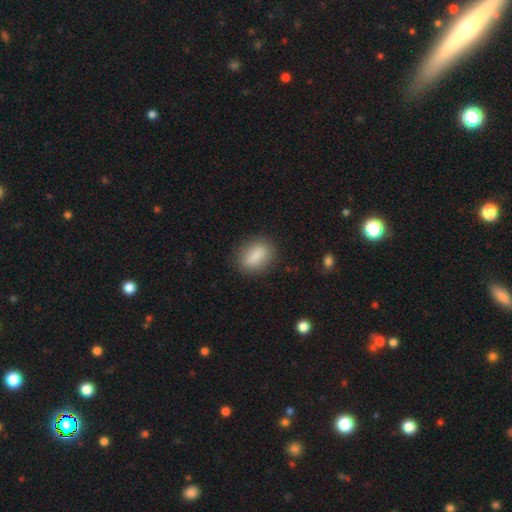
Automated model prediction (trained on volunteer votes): Q: Smooth or featured?
A: smooth (84%); runner-up: featured or disk (8%)
Q: How rounded?
A: in between (74%); runner-up: round (22%)
Q: Merging?
A: none (84%); runner-up: minor disturbance (11%)